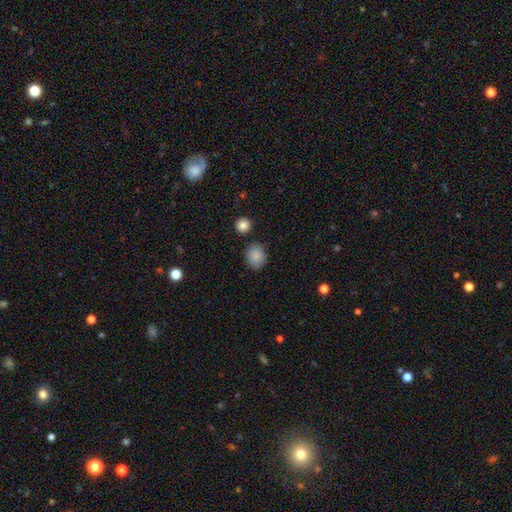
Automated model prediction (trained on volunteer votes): The model was most divided on "how rounded": round: 70%, in between: 29%, cigar-shaped: 1%. More confident: smooth or featured — smooth (87%); merging — none (84%).